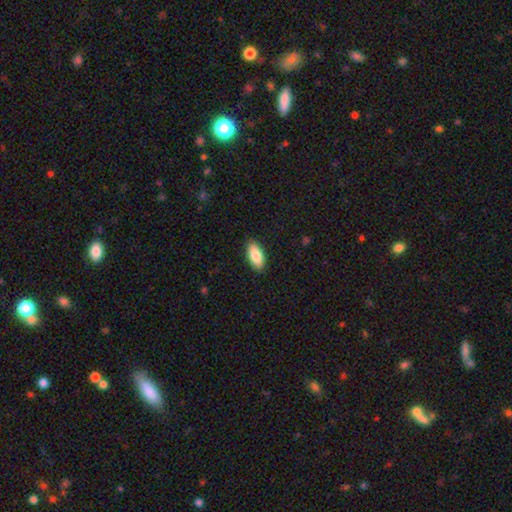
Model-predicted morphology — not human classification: smooth-or-featured: smooth: 85% | featured or disk: 9% | star or artifact: 6%
  how-rounded: in between: 88% | cigar-shaped: 10% | round: 2%
  merging: none: 90% | minor disturbance: 8% | major disturbance: 2% | merger: 1%